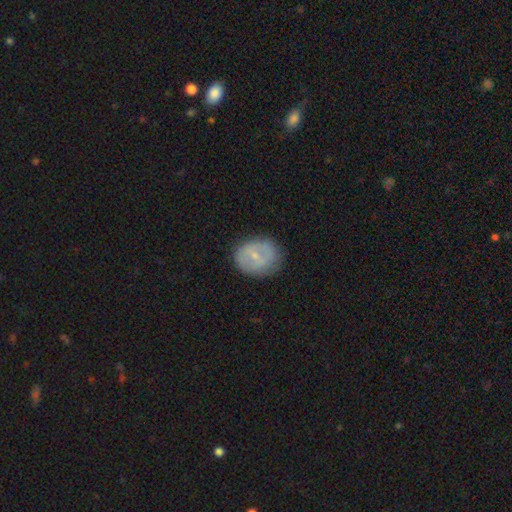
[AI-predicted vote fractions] Smooth or featured: smooth — 48% (featured or disk — 44%)
Merging: none — 77% (minor disturbance — 16%)